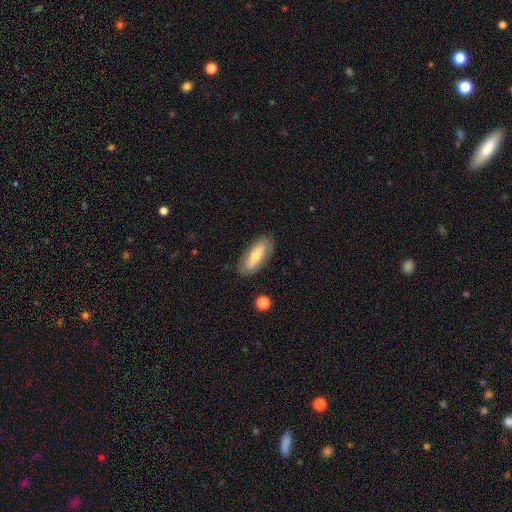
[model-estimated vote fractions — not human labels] This appears to be a smooth galaxy with no disk features (64%) that is in between round and cigar-shaped (73%). Merging: none (82%).